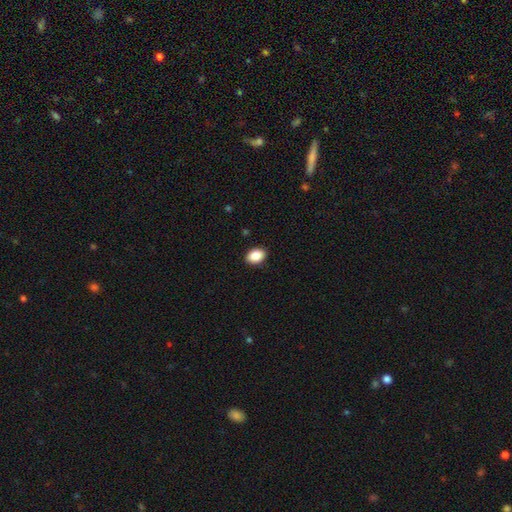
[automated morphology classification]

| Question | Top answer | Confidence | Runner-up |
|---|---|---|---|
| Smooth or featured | smooth | 88% | star or artifact (8%) |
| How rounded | in between | 80% | round (19%) |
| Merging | none | 90% | minor disturbance (7%) |